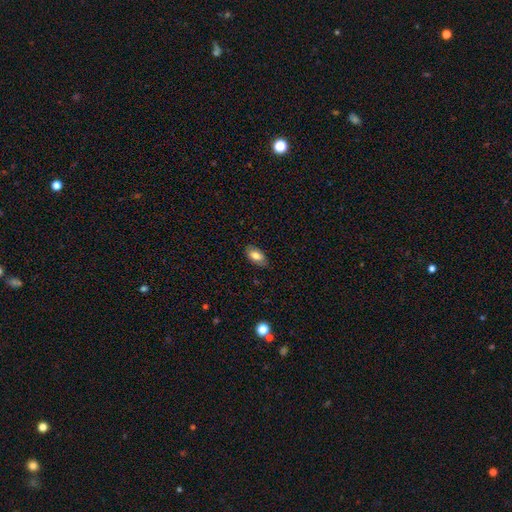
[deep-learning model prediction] Morphology: type=smooth (76%); roundness=in between (92%); merging=none (80%).